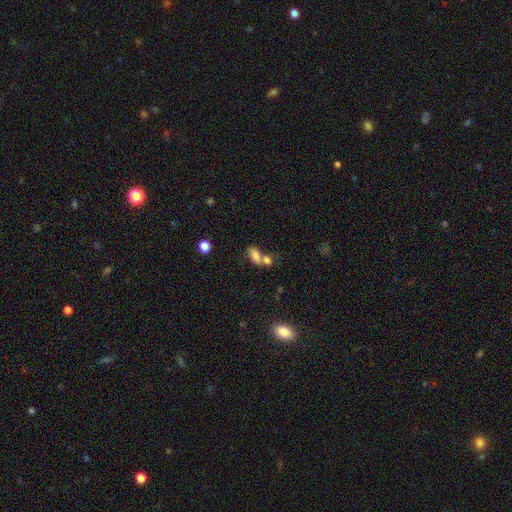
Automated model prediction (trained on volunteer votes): The model was most divided on "merging": merger: 55%, none: 31%, minor disturbance: 9%, major disturbance: 5%. More confident: how rounded — in between (83%); smooth or featured — smooth (76%).